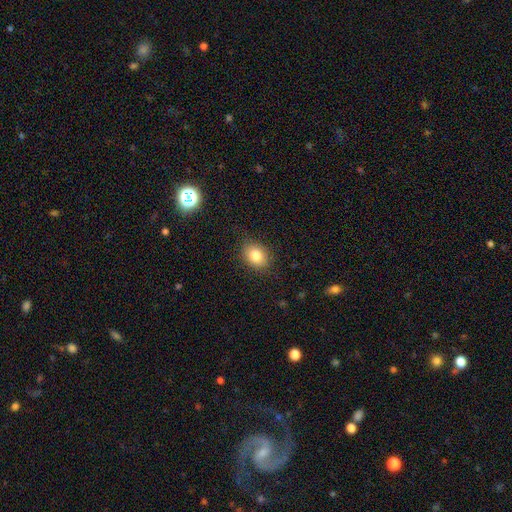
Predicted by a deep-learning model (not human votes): This appears to be a smooth galaxy with no disk features (82%) that is in between round and cigar-shaped (56%). Merging: none (84%).